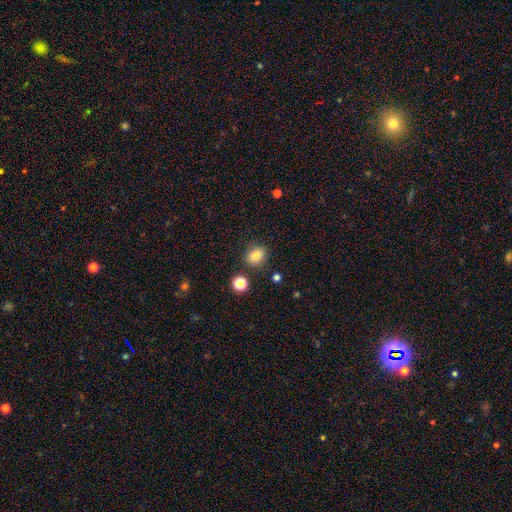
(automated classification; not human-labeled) smooth_or_featured: smooth (p=0.81) [alt: star or artifact p=0.12]
how_rounded: round (p=0.61) [alt: in between p=0.38]
merging: none (p=0.83) [alt: minor disturbance p=0.10]